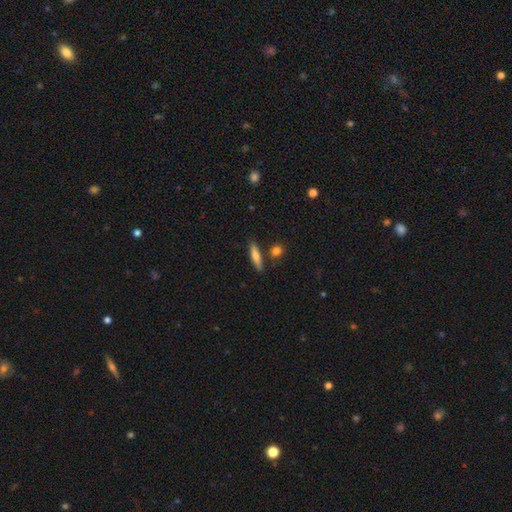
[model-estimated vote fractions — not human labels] Smooth or featured?
  - smooth: 68% *
  - featured or disk: 26%
  - star or artifact: 6%
How rounded?
  - cigar-shaped: 80% *
  - in between: 17%
  - round: 3%
Merging?
  - none: 82% *
  - minor disturbance: 10%
  - merger: 6%
  - major disturbance: 2%